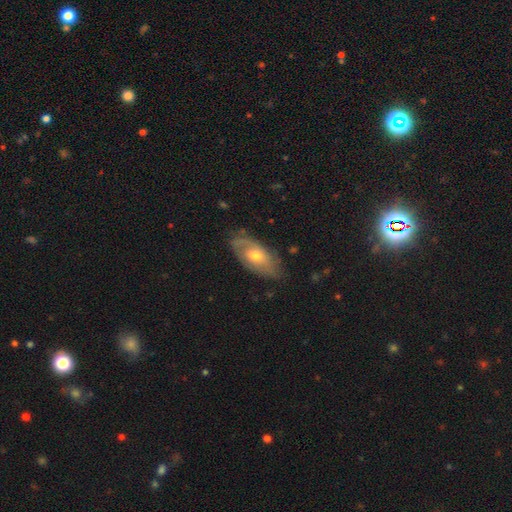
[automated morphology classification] This appears to be a featured or disk galaxy (61%) with no bar (68%), spiral arms (76%) and a moderate central bulge (67%). Merging: none (71%).